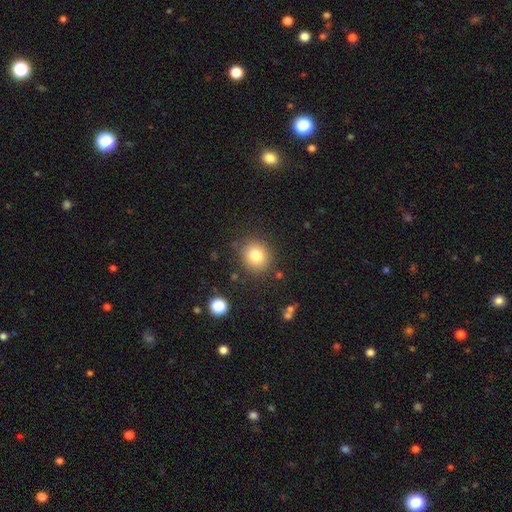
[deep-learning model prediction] smooth 80%, star or artifact 11%, featured or disk 9%. Down the decision tree: how rounded — round (83%); merging — none (86%).